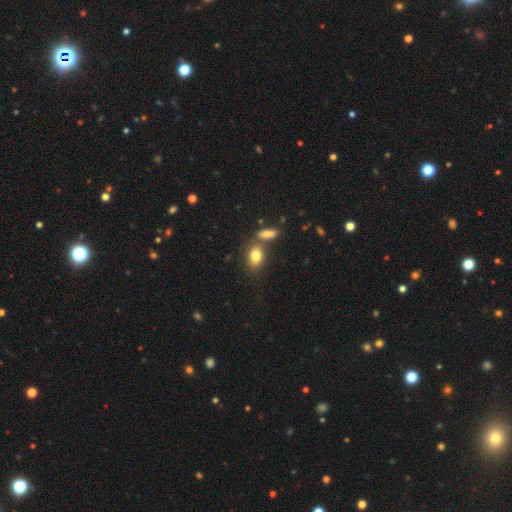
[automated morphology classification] Smooth or featured: smooth — 81% (featured or disk — 11%)
How rounded: in between — 80% (round — 17%)
Merging: none — 57% (merger — 28%)